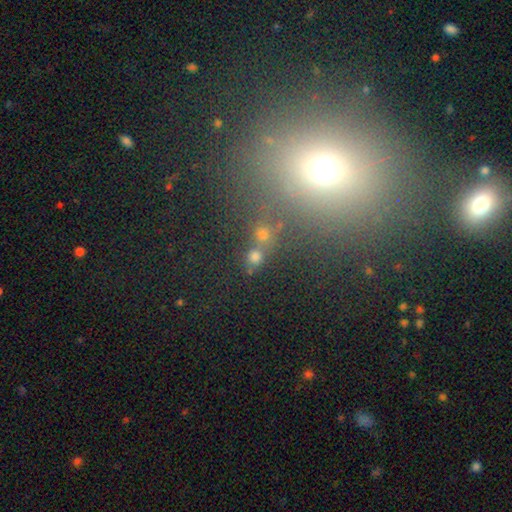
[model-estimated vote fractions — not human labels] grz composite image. It shows a smooth galaxy with no disk features (48%). Merging: none (71%).